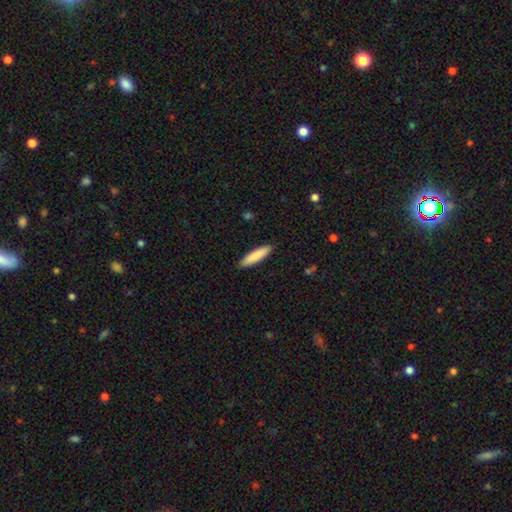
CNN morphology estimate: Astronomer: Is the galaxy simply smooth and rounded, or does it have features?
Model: smooth — 85%.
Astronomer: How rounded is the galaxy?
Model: cigar-shaped — 79%.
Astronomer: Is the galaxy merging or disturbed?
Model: none — 90%.